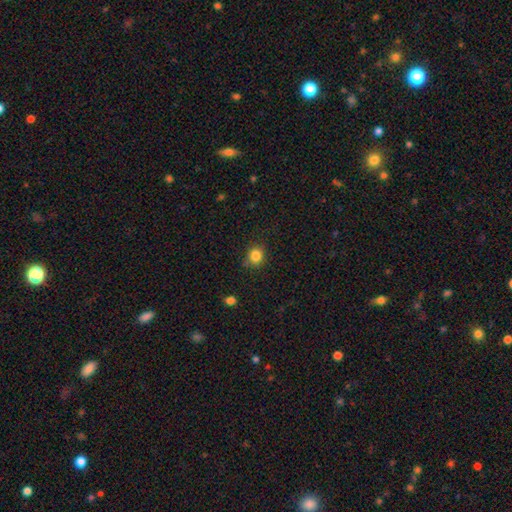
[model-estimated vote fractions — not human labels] The model was most divided on "how rounded": round: 84%, in between: 15%, cigar-shaped: 1%. More confident: smooth or featured — smooth (84%); merging — none (82%).